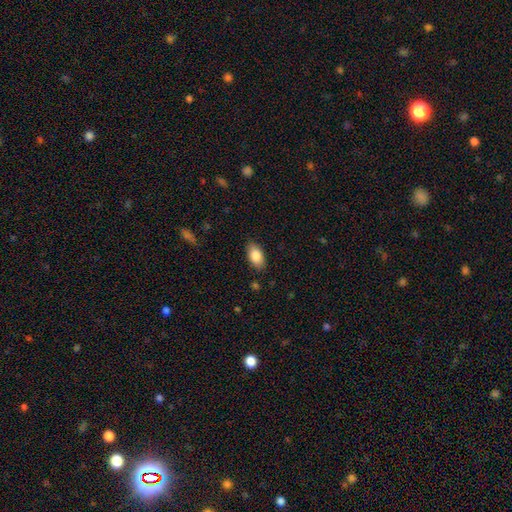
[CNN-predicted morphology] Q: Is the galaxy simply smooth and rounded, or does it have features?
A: smooth — 84%.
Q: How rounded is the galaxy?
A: in between — 93%.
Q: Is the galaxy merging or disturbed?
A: none — 86%.